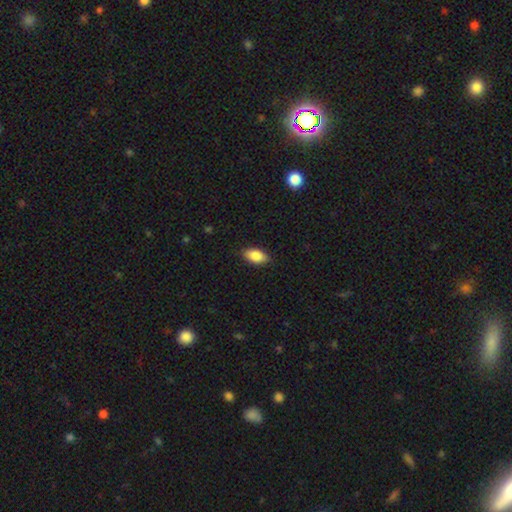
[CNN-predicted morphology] This appears to be a smooth galaxy with no disk features (85%) that is in between round and cigar-shaped (91%). Merging: none (86%).